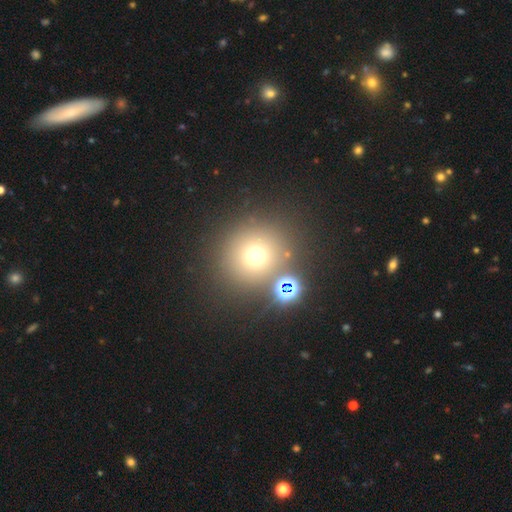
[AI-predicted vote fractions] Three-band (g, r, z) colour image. It shows a smooth galaxy with no disk features (68%) that is round (92%). Merging: none (77%).